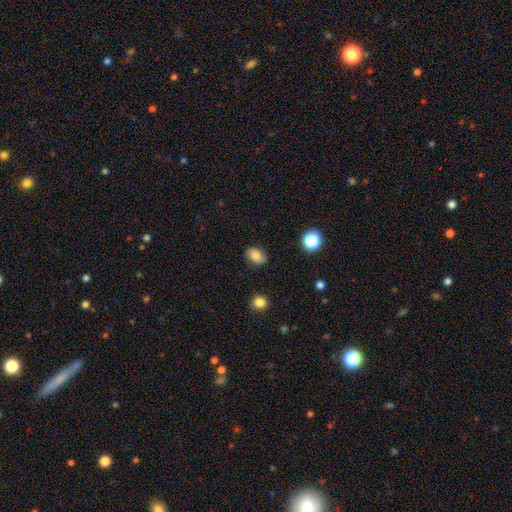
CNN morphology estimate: This appears to be a smooth galaxy with no disk features (77%) that is in between round and cigar-shaped (80%). Merging: none (80%).